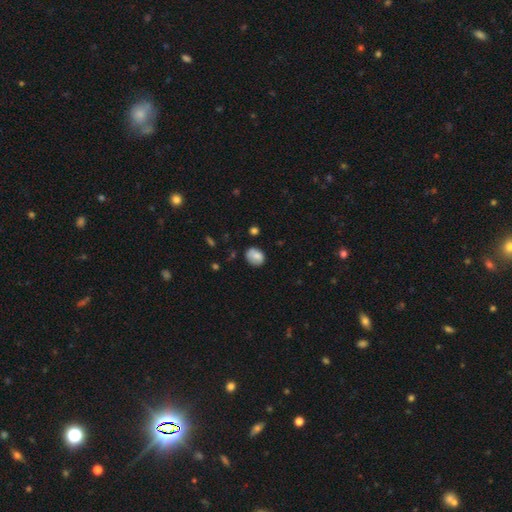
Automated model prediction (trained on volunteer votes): A smooth galaxy with no disk features (78%) that is in between round and cigar-shaped (51%). Merging: none (64%).